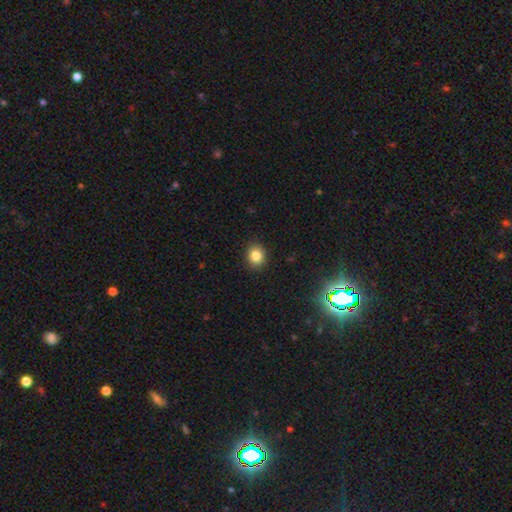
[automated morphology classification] This appears to be a smooth galaxy with no disk features (82%) that is round (71%). Merging: none (90%).